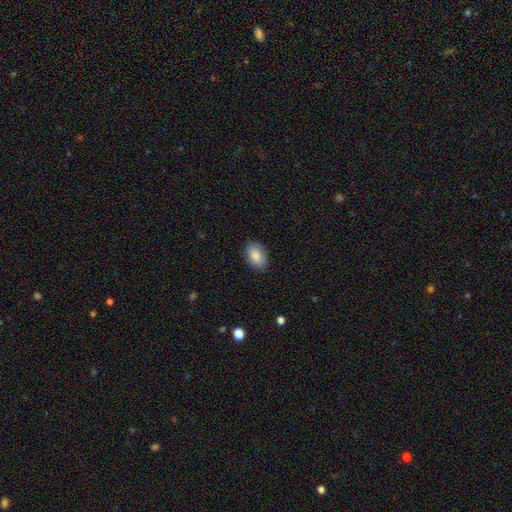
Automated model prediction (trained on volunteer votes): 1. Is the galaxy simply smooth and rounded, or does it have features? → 87% smooth, 7% star or artifact, 6% featured or disk.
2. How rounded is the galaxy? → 88% in between, 11% round, 1% cigar-shaped.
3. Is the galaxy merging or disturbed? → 85% none, 12% minor disturbance, 2% major disturbance, 1% merger.